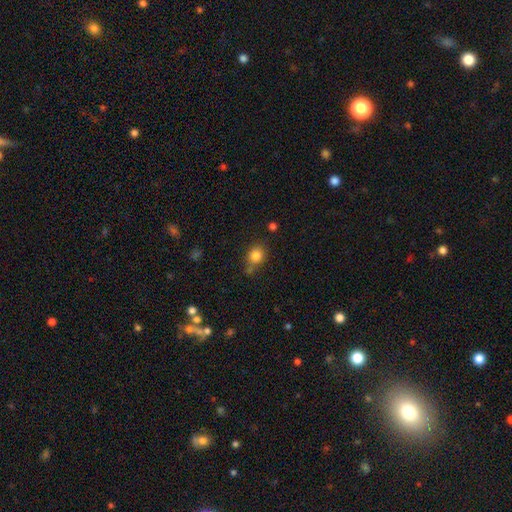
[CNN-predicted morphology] Q: Smooth or featured?
A: smooth (83%); runner-up: star or artifact (11%)
Q: How rounded?
A: round (69%); runner-up: in between (30%)
Q: Merging?
A: none (68%); runner-up: minor disturbance (18%)